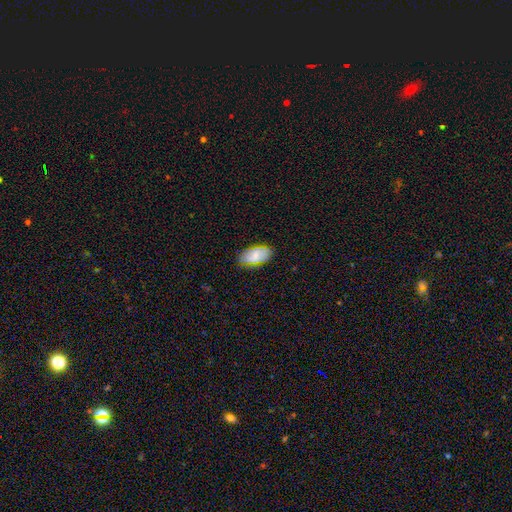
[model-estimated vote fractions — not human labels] A smooth galaxy with no disk features (74%) that is in between round and cigar-shaped (94%). Merging: none (79%).